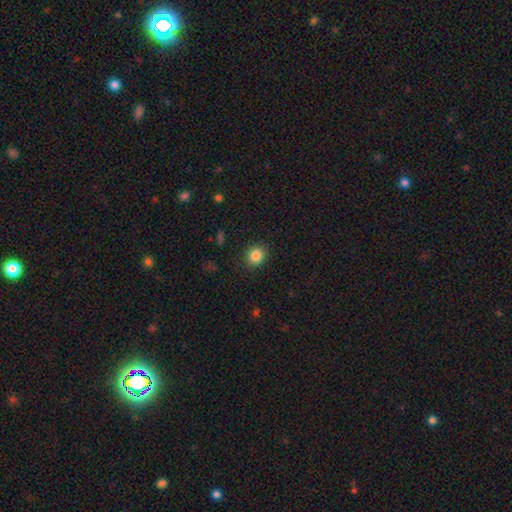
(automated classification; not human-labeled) The model was most divided on "how rounded": round: 72%, in between: 27%, cigar-shaped: 1%. More confident: merging — none (89%); smooth or featured — smooth (85%).